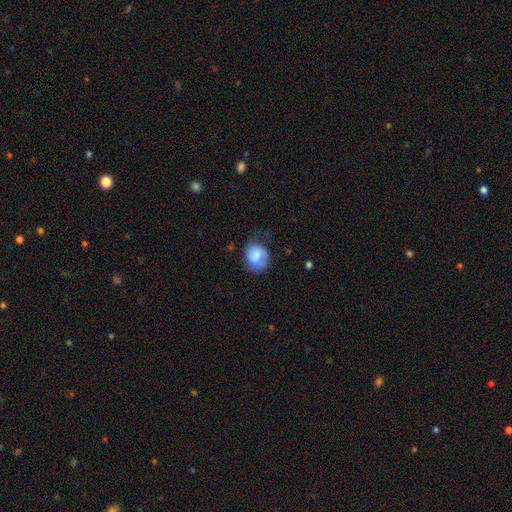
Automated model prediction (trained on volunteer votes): Overall: smooth (67%). How rounded: round (53%; in between 46%). Merging: none (53%; minor disturbance 30%).